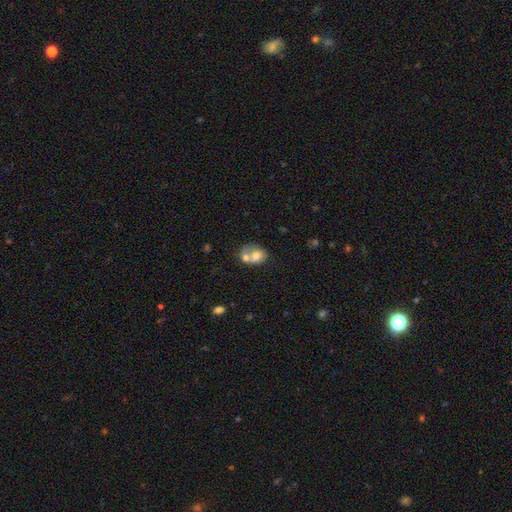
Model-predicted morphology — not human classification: The model was most divided on "how rounded": round: 50%, in between: 49%, cigar-shaped: 1%. More confident: smooth or featured — smooth (64%); merging — merger (58%).